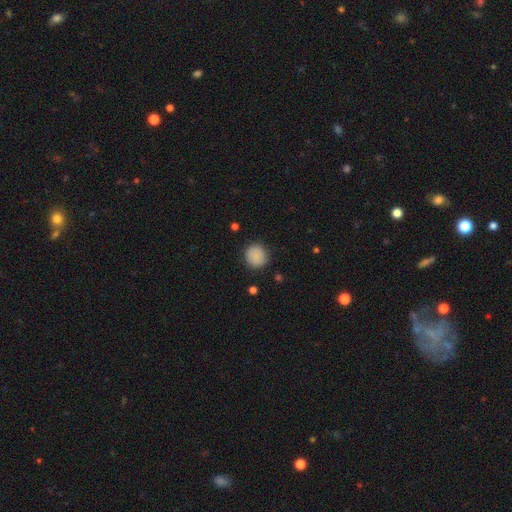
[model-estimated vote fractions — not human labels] Smooth or featured: smooth — 87% (star or artifact — 8%)
How rounded: round — 91% (in between — 8%)
Merging: none — 87% (minor disturbance — 9%)